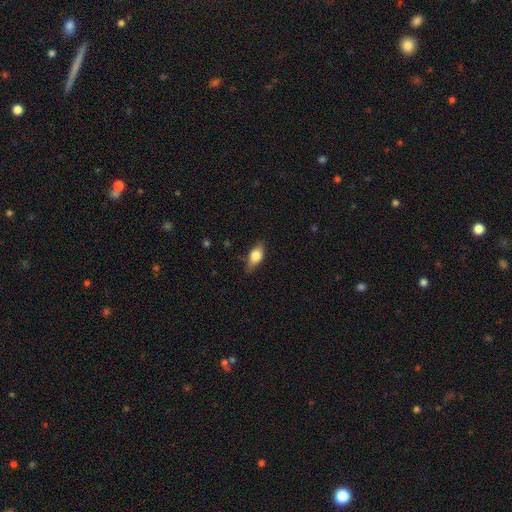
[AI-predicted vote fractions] Morphology: type=smooth (68%); roundness=in between (81%); merging=none (76%).